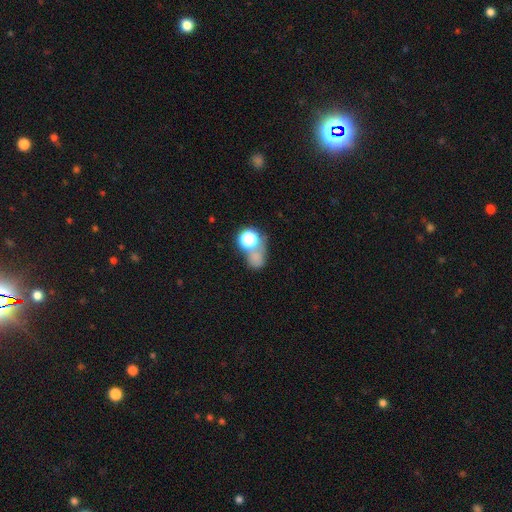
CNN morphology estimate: The model was most divided on "merging": none: 38%, merger: 34%, major disturbance: 15%, minor disturbance: 13%. More confident: how rounded — round (63%); smooth or featured — smooth (62%).